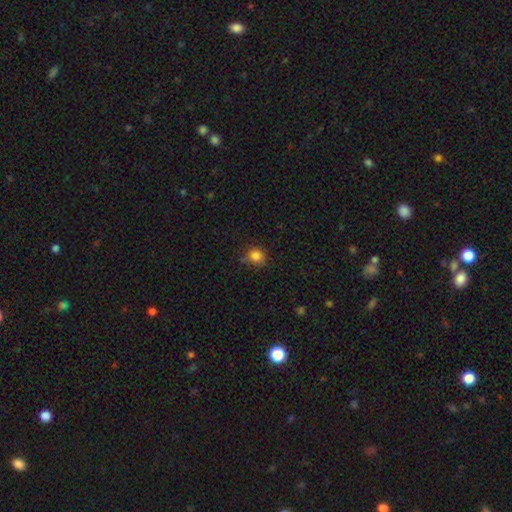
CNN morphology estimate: Smooth or featured: smooth — 83% (star or artifact — 12%)
How rounded: round — 70% (in between — 29%)
Merging: none — 71% (minor disturbance — 21%)